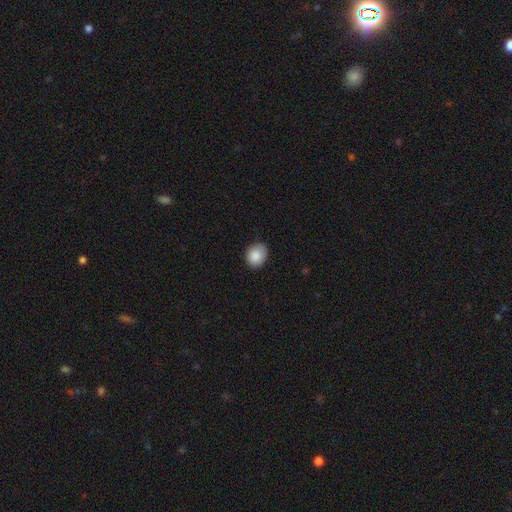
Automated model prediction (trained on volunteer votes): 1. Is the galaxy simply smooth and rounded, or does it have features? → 87% smooth, 8% star or artifact, 6% featured or disk.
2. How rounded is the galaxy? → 66% round, 33% in between, 1% cigar-shaped.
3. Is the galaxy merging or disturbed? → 82% none, 15% minor disturbance, 2% major disturbance, 1% merger.